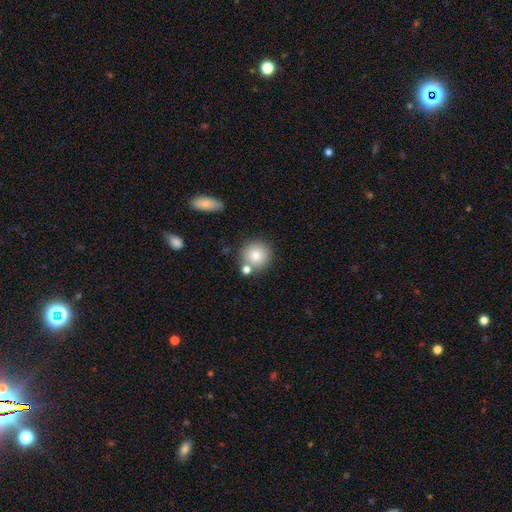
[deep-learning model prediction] This is clearly a smooth galaxy (80%). How rounded: clearly round (92%). Merging: likely none (70%).